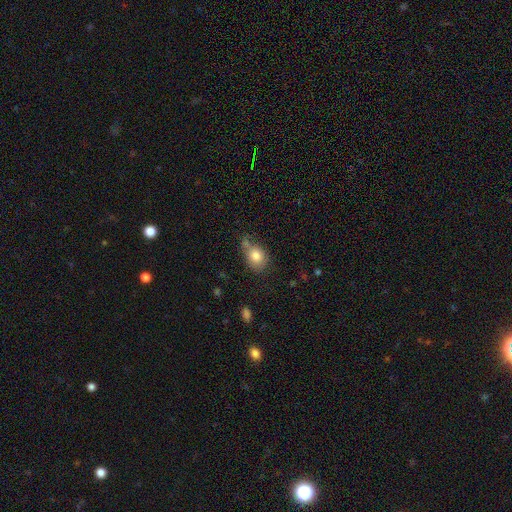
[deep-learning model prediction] This is clearly a smooth galaxy (81%). How rounded: possibly in between (55%). Merging: possibly none (54%).